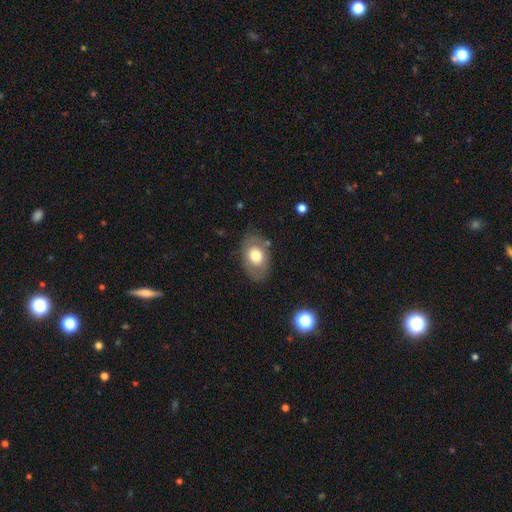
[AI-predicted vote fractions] This appears to be a smooth galaxy with no disk features (63%) that is in between round and cigar-shaped (81%). Merging: none (77%).